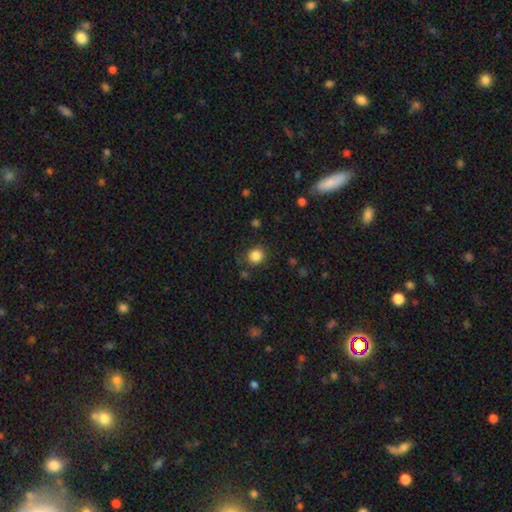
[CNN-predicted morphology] Smooth or featured: smooth — 85% (star or artifact — 11%)
How rounded: round — 88% (in between — 11%)
Merging: none — 84% (minor disturbance — 10%)